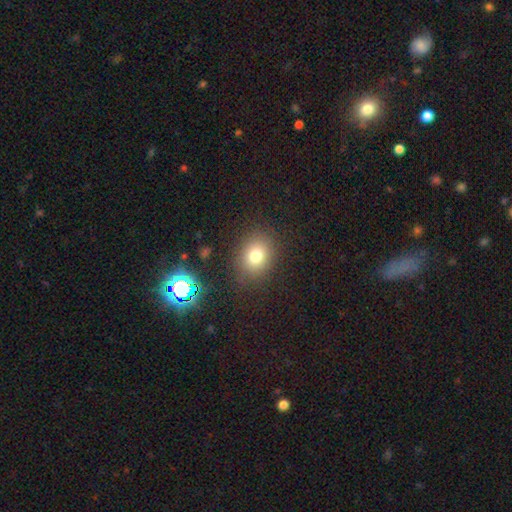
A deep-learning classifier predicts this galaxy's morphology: type=smooth (77%); roundness=round (56%); merging=none (84%).